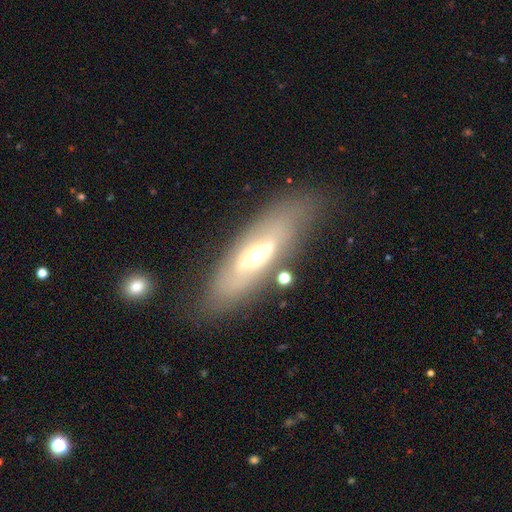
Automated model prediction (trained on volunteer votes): smooth-or-featured: featured or disk: 57% | smooth: 35% | star or artifact: 8%
  disk-edge-on: no: 68% | yes: 32%
  merging: none: 74% | minor disturbance: 14% | major disturbance: 7% | merger: 5%